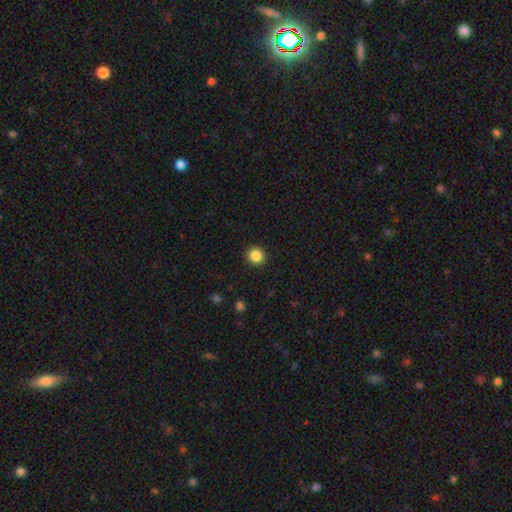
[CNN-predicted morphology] Smooth or featured?
  - smooth: 87% *
  - star or artifact: 10%
  - featured or disk: 3%
How rounded?
  - round: 93% *
  - in between: 6%
  - cigar-shaped: 1%
Merging?
  - none: 92% *
  - minor disturbance: 5%
  - major disturbance: 2%
  - merger: 1%